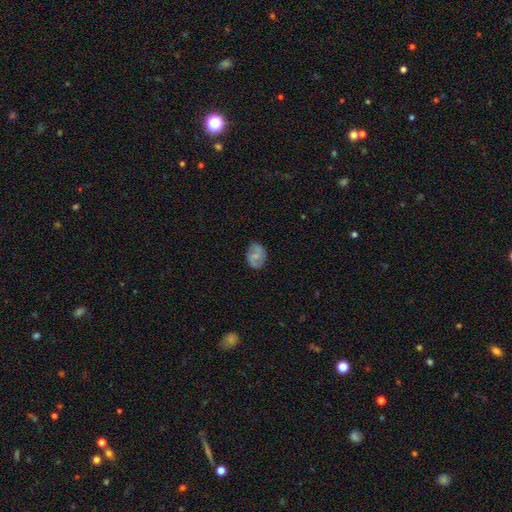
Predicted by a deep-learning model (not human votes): Morphology: type=smooth (57%); roundness=in between (63%); merging=none (77%).